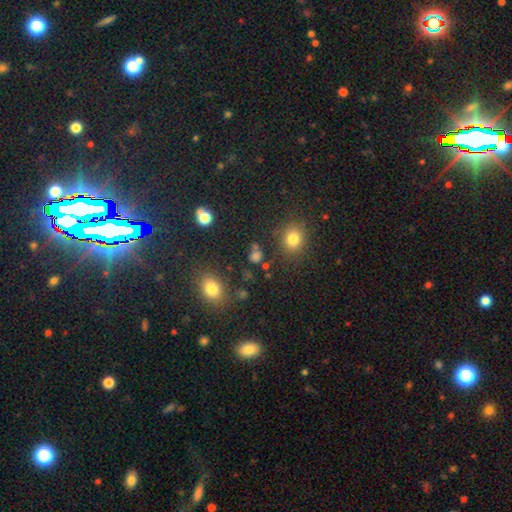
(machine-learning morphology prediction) This appears to be a smooth galaxy with no disk features (71%) that is round (67%). Merging: none (73%).